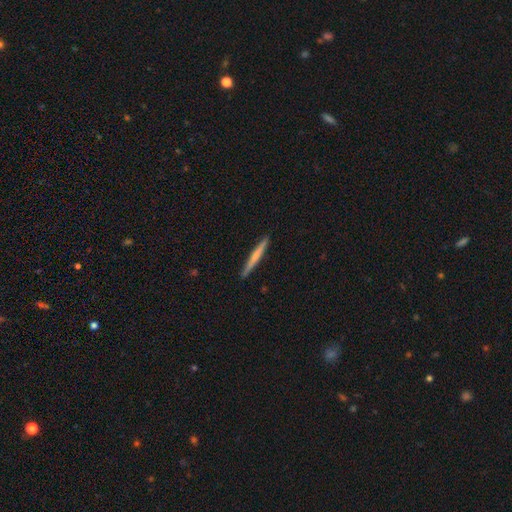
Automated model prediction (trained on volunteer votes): Smooth or featured? smooth (53%)
How rounded? cigar-shaped (97%)
Merging? none (92%)